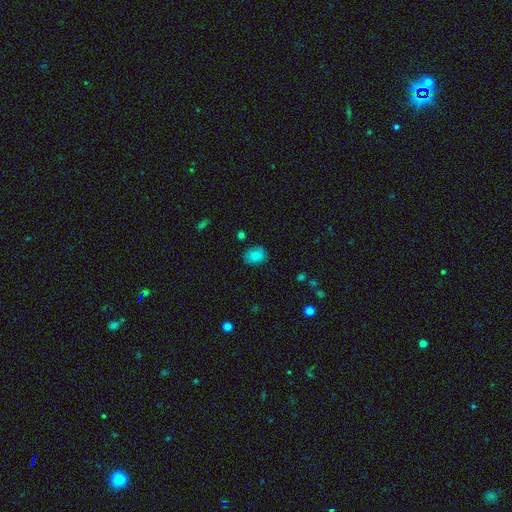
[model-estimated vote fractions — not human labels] Overall: smooth (83%). How rounded: in between (63%; round 36%). Merging: none (80%).